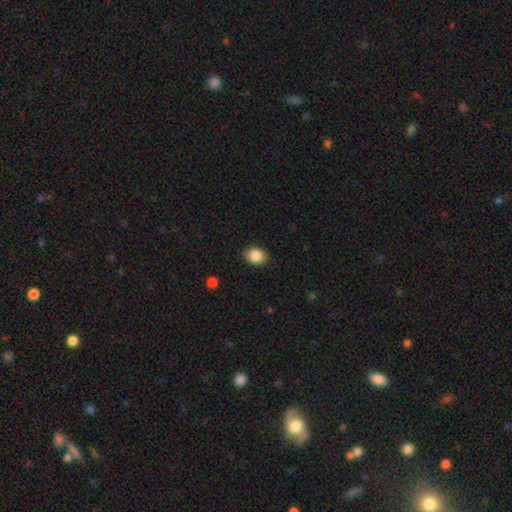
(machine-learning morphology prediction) Smooth or featured: smooth — 87% (star or artifact — 8%)
How rounded: in between — 56% (round — 43%)
Merging: none — 88% (minor disturbance — 9%)